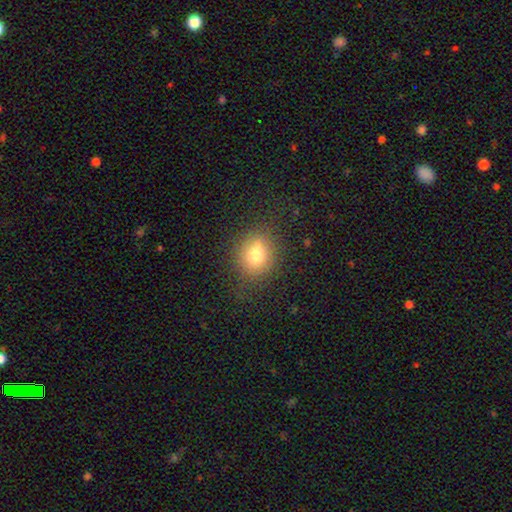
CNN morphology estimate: The model was most divided on "how rounded": round: 70%, in between: 28%, cigar-shaped: 2%. More confident: merging — none (71%); smooth or featured — smooth (70%).